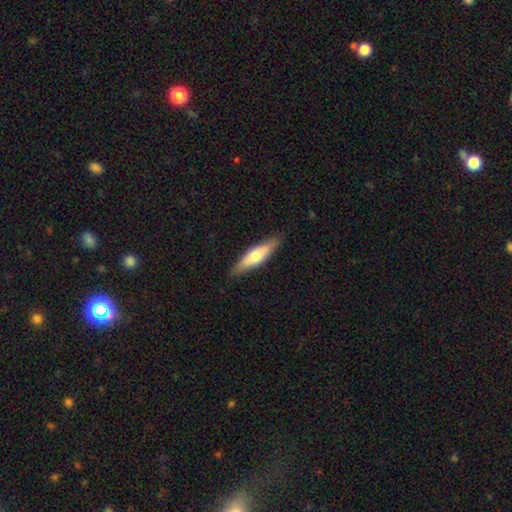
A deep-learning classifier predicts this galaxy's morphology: smooth_or_featured: smooth (p=0.57) [alt: featured or disk p=0.38]
how_rounded: cigar-shaped (p=0.66) [alt: in between p=0.32]
merging: none (p=0.85) [alt: minor disturbance p=0.11]